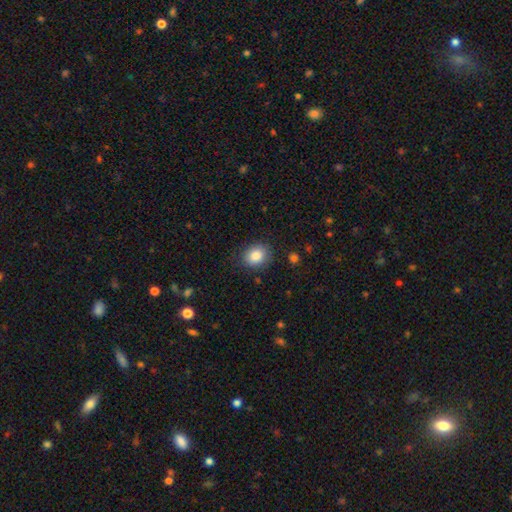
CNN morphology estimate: This is clearly a smooth galaxy (86%). How rounded: possibly round (54%). Merging: clearly none (82%).